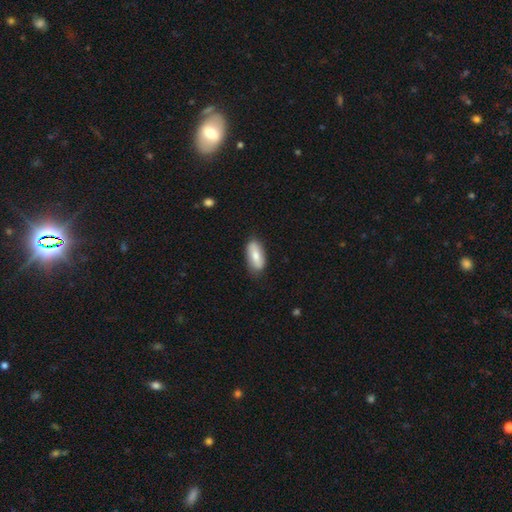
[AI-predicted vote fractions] Smooth or featured? Predicted: smooth (p=0.73). How rounded? Predicted: in between (p=0.83). Merging? Predicted: none (p=0.81).